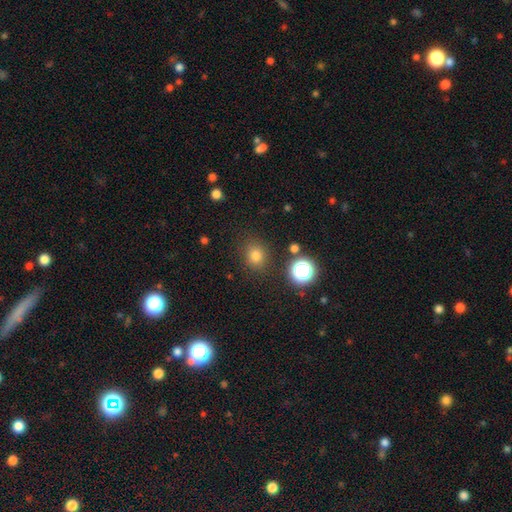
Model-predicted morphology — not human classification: The model was most divided on "how rounded": round: 75%, in between: 24%, cigar-shaped: 1%. More confident: merging — none (85%); smooth or featured — smooth (76%).